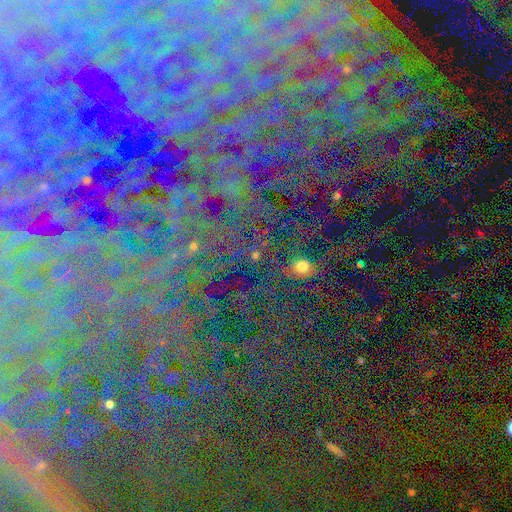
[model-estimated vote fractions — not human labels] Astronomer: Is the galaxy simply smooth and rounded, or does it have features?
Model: star or artifact — 64%.